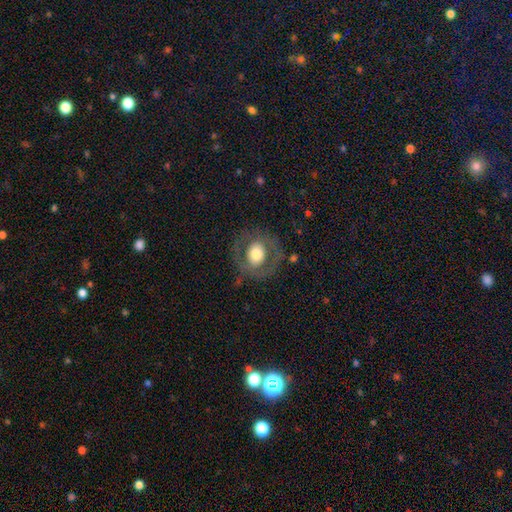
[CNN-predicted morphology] Smooth or featured?
  - smooth: 50% *
  - featured or disk: 42%
  - star or artifact: 8%
How rounded?
  - round: 79% *
  - in between: 20%
  - cigar-shaped: 1%
Merging?
  - none: 75% *
  - minor disturbance: 13%
  - major disturbance: 11%
  - merger: 1%